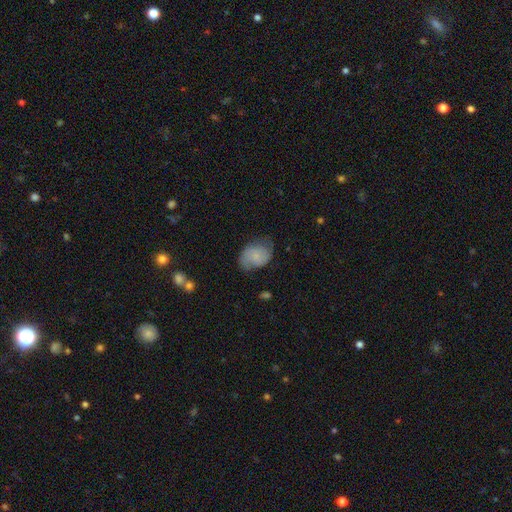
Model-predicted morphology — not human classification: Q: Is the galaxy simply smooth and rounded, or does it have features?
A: smooth — 64%.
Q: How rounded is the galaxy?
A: in between — 77%.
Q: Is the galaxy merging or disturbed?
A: none — 57%.